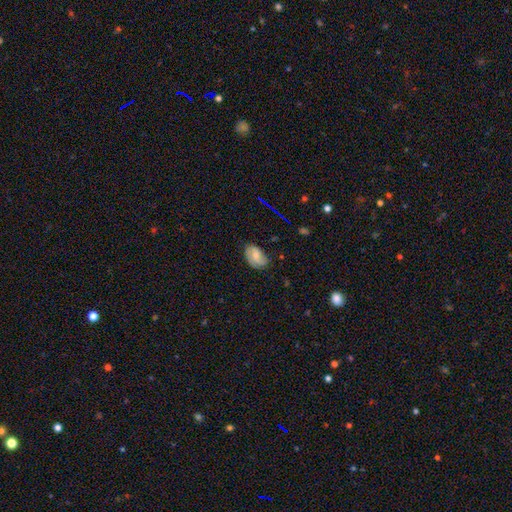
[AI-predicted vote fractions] Overall: featured or disk (45%, tied with smooth). Merging: none (63%; minor disturbance 28%).